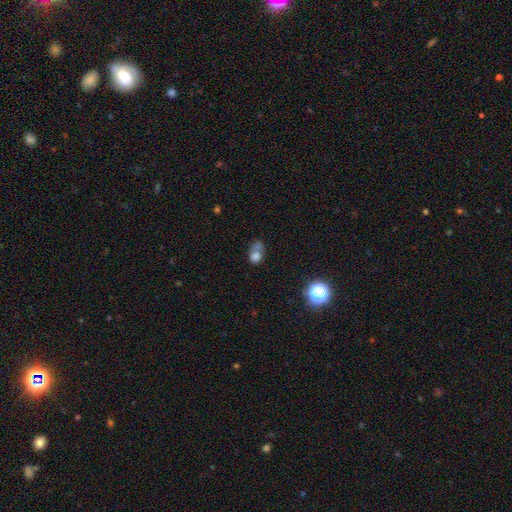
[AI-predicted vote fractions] A smooth galaxy with no disk features (70%) that is in between round and cigar-shaped (51%). Merging: merger (39%).